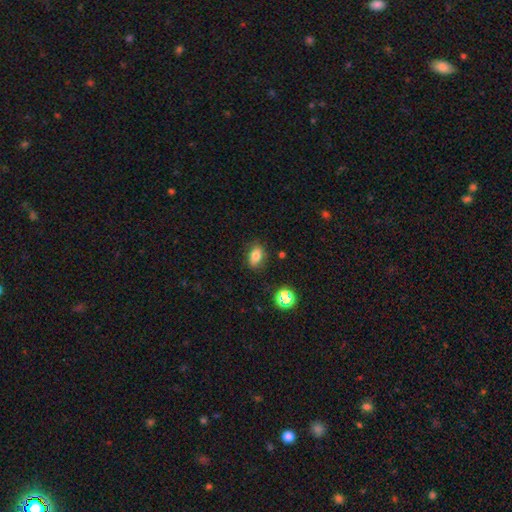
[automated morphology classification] Smooth or featured?
  - smooth: 79% *
  - star or artifact: 12%
  - featured or disk: 9%
How rounded?
  - in between: 81% *
  - round: 14%
  - cigar-shaped: 4%
Merging?
  - none: 82% *
  - minor disturbance: 13%
  - major disturbance: 3%
  - merger: 2%